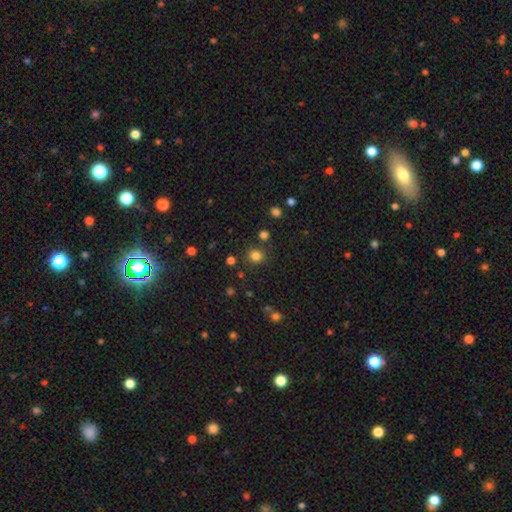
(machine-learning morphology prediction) Smooth or featured: smooth — 80% (star or artifact — 15%)
How rounded: round — 87% (in between — 12%)
Merging: none — 84% (minor disturbance — 8%)